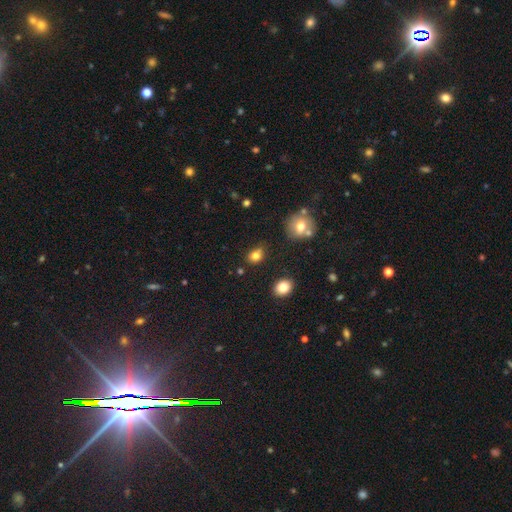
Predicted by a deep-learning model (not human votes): The model was most divided on "how rounded": in between: 56%, round: 42%, cigar-shaped: 2%. More confident: smooth or featured — smooth (80%); merging — none (70%).